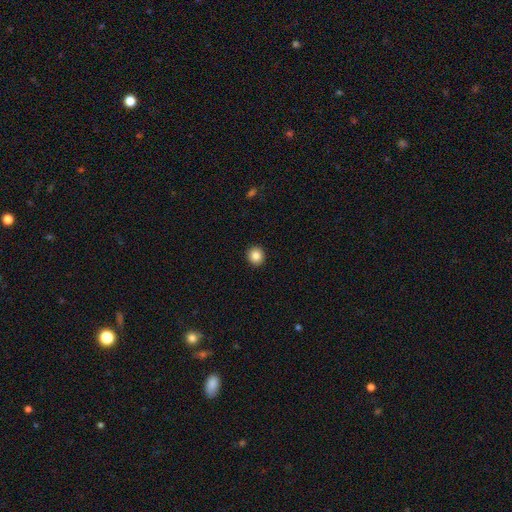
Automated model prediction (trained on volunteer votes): The model was most divided on "smooth or featured": smooth: 86%, star or artifact: 10%, featured or disk: 4%. More confident: merging — none (93%); how rounded — round (91%).